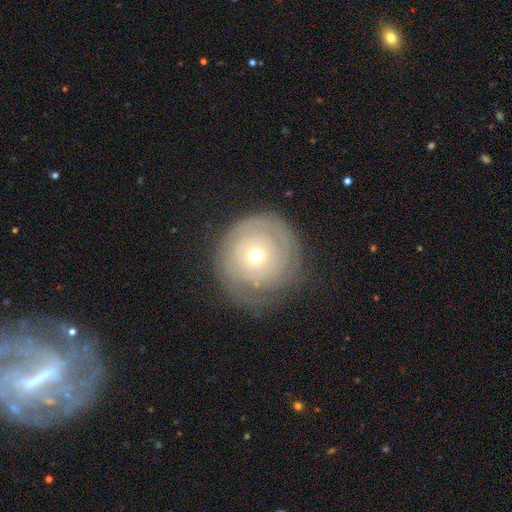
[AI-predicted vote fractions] smooth-or-featured: featured or disk: 60% | smooth: 32% | star or artifact: 9%
  disk-edge-on: no: 97% | yes: 3%
    bar: no: 88% | weak: 10% | strong: 3%
    has-spiral-arms: yes: 69% | no: 31%
    bulge-size: small: 52% | moderate: 44% | large: 2% | dominant: 1% | none: 1%
  merging: none: 76% | minor disturbance: 15% | major disturbance: 7% | merger: 1%